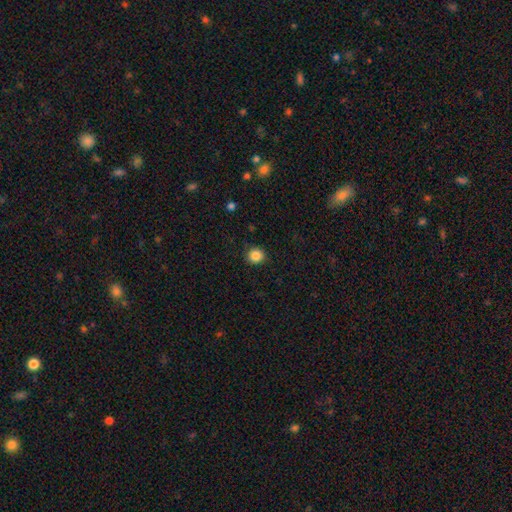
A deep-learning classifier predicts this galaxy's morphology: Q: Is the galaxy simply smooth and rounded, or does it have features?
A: smooth — 86%.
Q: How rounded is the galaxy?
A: round — 91%.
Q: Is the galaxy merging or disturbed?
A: none — 91%.